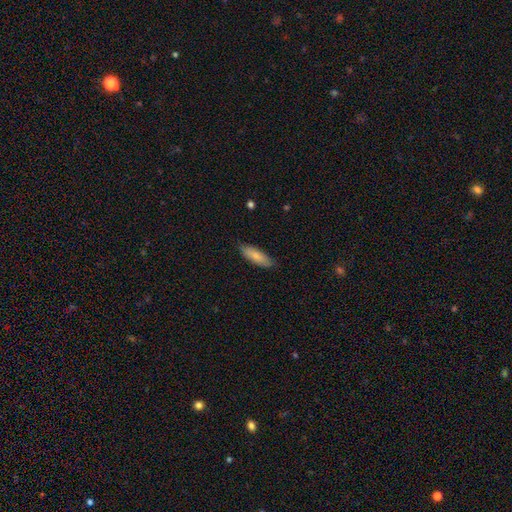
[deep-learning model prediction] A smooth galaxy with no disk features (82%) that is in between round and cigar-shaped (55%). Merging: none (84%).